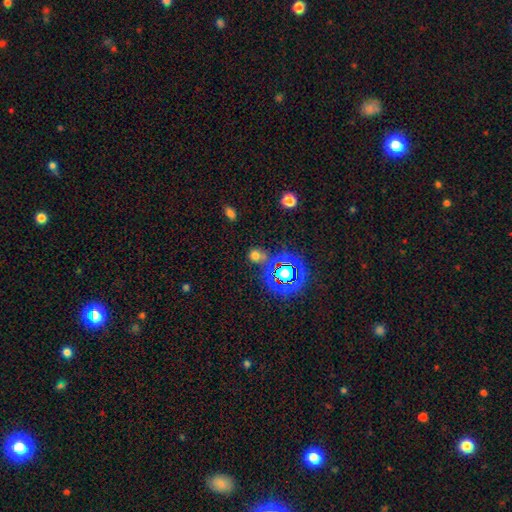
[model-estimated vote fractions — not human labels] This is possibly a smooth galaxy (56%). How rounded: likely round (72%). Merging: likely none (65%).